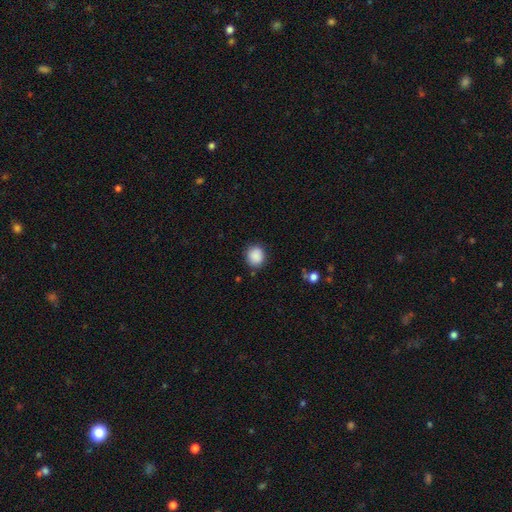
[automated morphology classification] type=smooth (89%); roundness=round (85%); merging=none (86%).